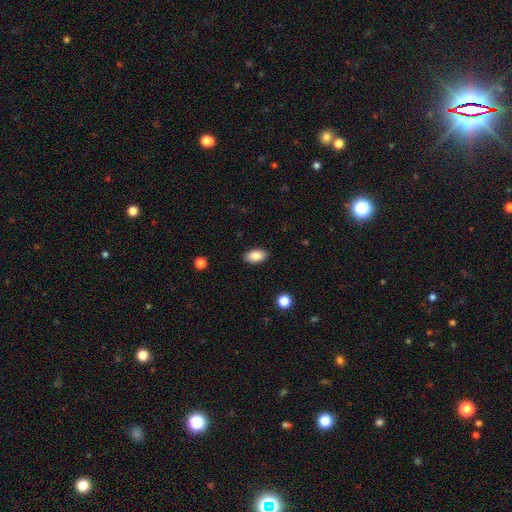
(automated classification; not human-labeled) This appears to be a smooth galaxy with no disk features (86%) that is in between round and cigar-shaped (93%). Merging: none (88%).